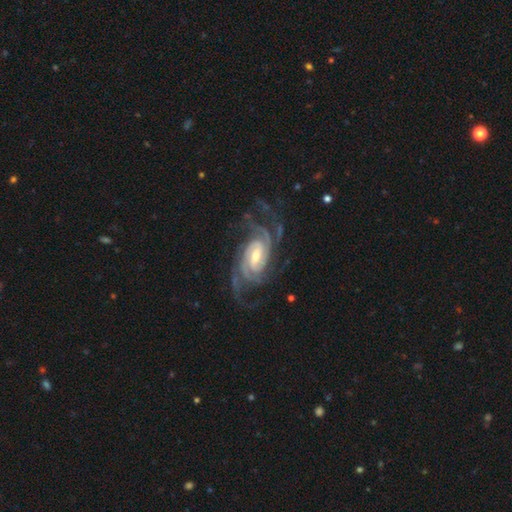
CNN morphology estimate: Overall: featured or disk (93%). Edge-on disk: no (97%). Bar: weak (46%; no 29%). Spiral arms: yes (99%). Spiral arm count: 3 (27%; 2 24%). Spiral winding: tight (61%; medium 33%). Bulge size: moderate (53%; small 38%). Merging: none (71%).